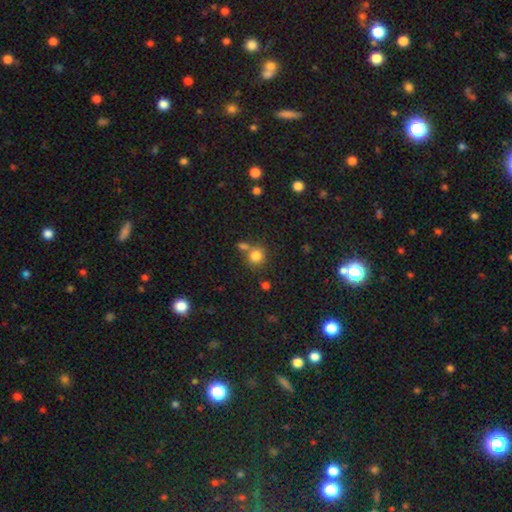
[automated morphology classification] type=smooth (82%); roundness=round (87%); merging=none (61%).